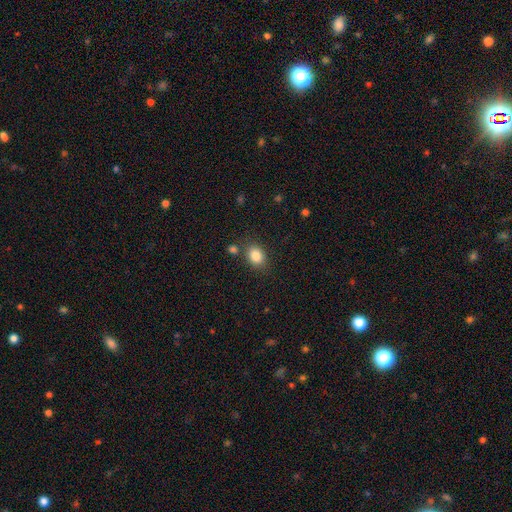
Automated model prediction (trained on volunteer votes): This is clearly a smooth galaxy (84%). How rounded: possibly in between (60%). Merging: likely none (78%).